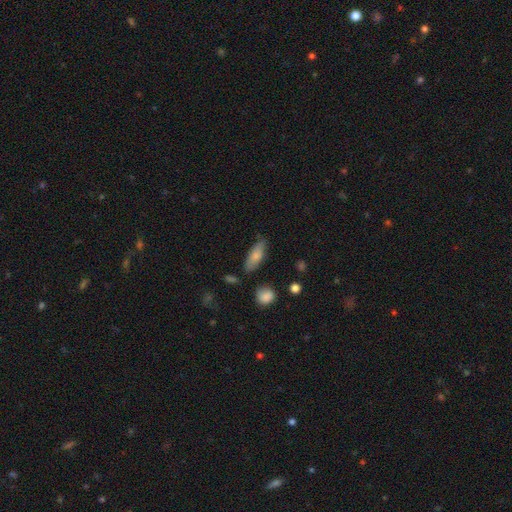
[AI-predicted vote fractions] Smooth or featured? smooth (75%)
How rounded? in between (64%)
Merging? none (73%)